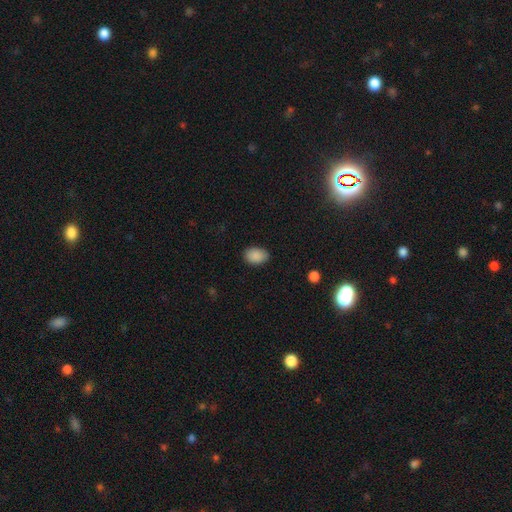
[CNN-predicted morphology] This appears to be a smooth galaxy with no disk features (89%) that is in between round and cigar-shaped (84%). Merging: none (86%).